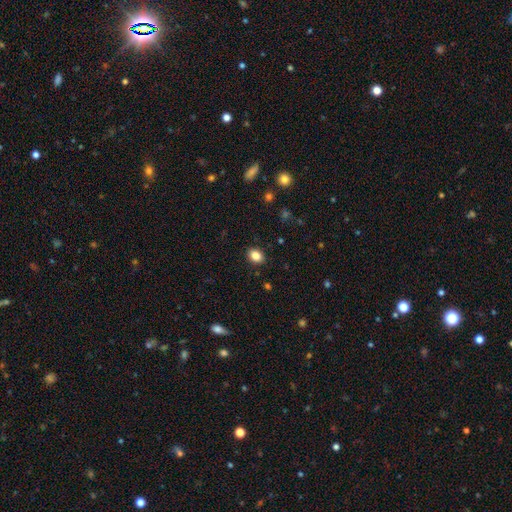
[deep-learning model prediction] smooth 85%, star or artifact 9%, featured or disk 5%. Down the decision tree: how rounded — in between (68%); merging — none (89%).